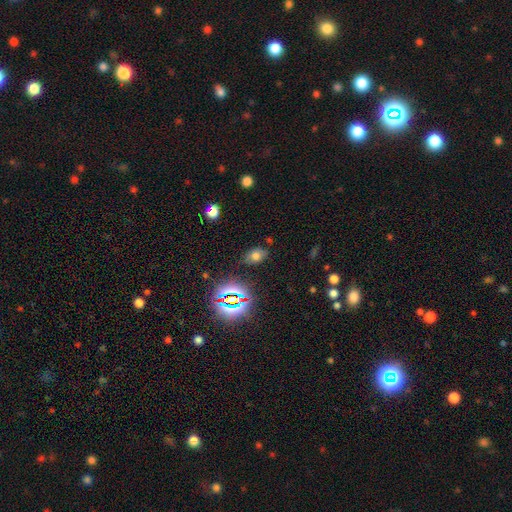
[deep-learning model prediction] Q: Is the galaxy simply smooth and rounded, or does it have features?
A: smooth — 61%.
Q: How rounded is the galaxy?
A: in between — 80%.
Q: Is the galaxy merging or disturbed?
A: none — 80%.